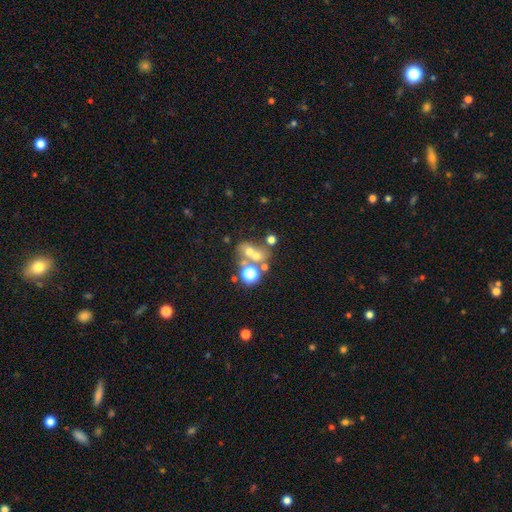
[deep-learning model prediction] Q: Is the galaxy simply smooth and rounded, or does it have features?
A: smooth — 50%.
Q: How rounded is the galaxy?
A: round — 68%.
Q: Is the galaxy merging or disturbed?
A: merger — 47%.